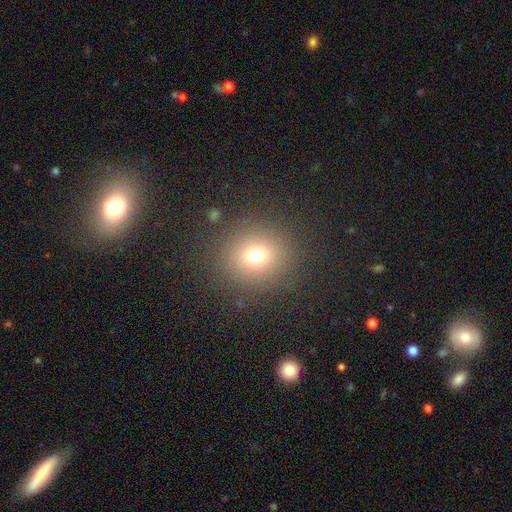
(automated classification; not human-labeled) smooth 72%, star or artifact 18%, featured or disk 10%. Down the decision tree: how rounded — round (84%); merging — none (87%).